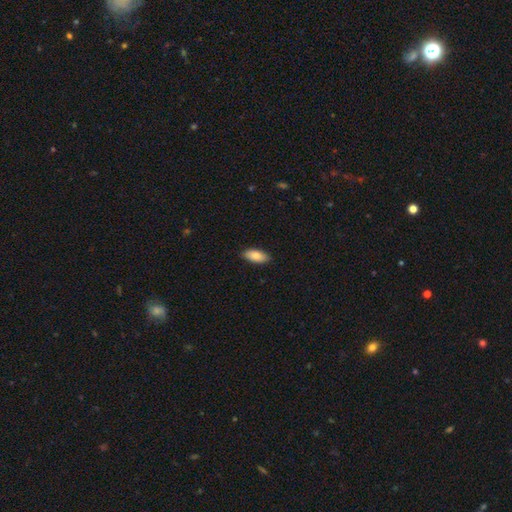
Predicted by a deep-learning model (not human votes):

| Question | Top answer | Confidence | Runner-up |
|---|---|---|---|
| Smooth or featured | smooth | 86% | featured or disk (8%) |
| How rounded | in between | 89% | cigar-shaped (9%) |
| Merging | none | 88% | minor disturbance (10%) |